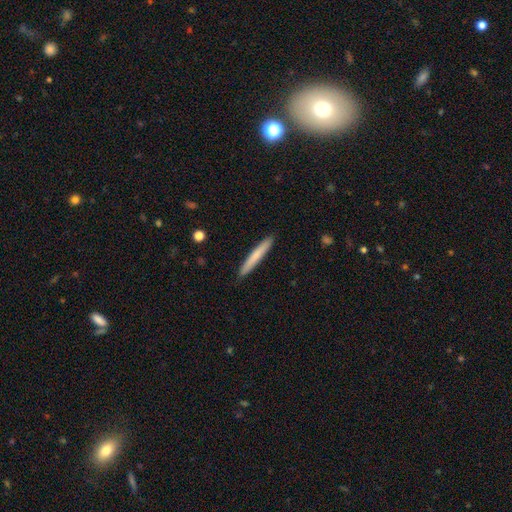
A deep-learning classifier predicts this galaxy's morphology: This appears to be a smooth galaxy with no disk features (70%) that is cigar-shaped (96%). Merging: none (92%).